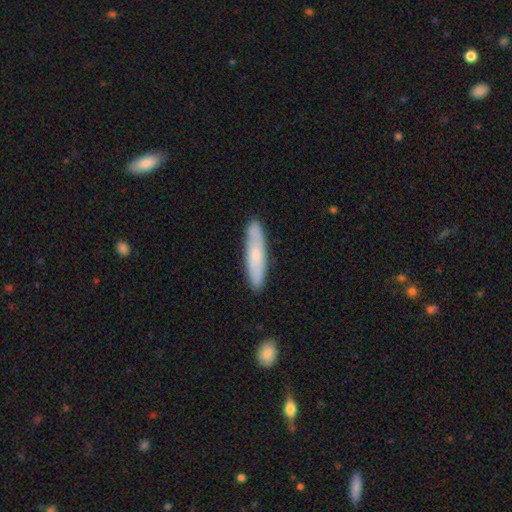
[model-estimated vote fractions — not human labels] Smooth or featured? Predicted: smooth (p=0.61). How rounded? Predicted: cigar-shaped (p=0.82). Merging? Predicted: none (p=0.84).